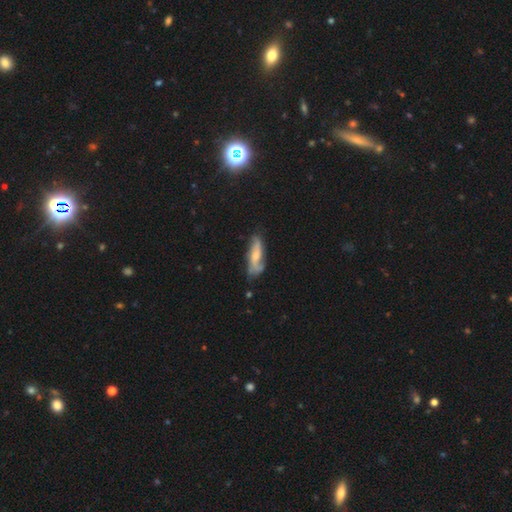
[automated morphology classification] This appears to be a featured or disk galaxy (64%) with no bar (52%), spiral arms (89%) and a moderate central bulge (48%). Merging: none (60%).